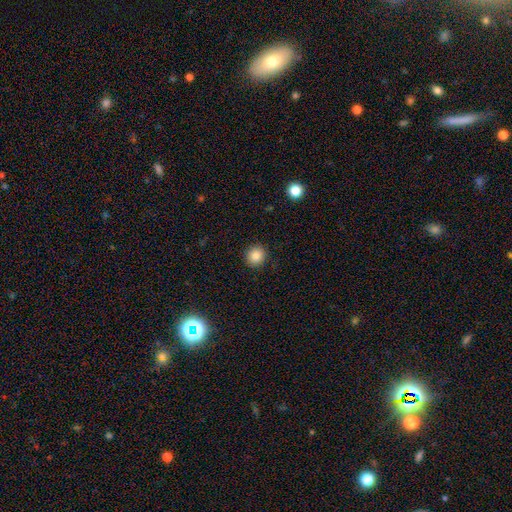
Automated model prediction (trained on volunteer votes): Overall: smooth (84%). How rounded: round (89%). Merging: none (91%).